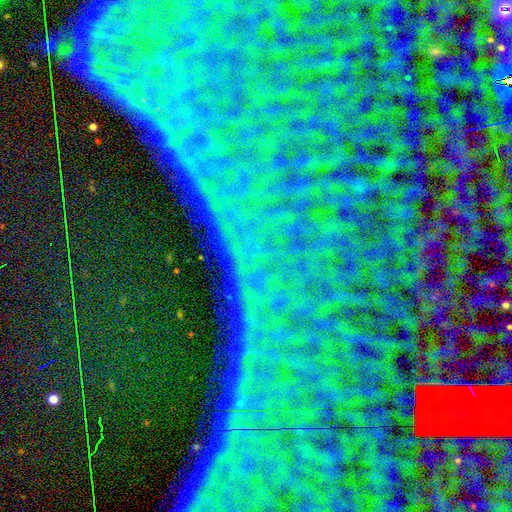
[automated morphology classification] smooth_or_featured: star or artifact (p=0.86) [alt: featured or disk p=0.08]